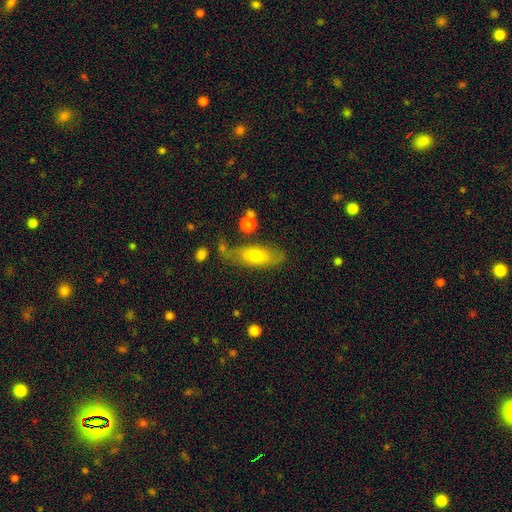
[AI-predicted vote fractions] Smooth or featured? smooth (65%)
How rounded? in between (74%)
Merging? none (60%)